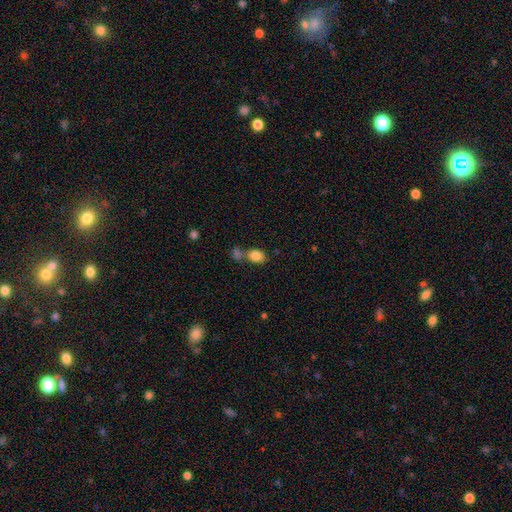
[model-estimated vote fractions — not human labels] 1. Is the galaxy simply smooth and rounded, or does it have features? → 84% smooth, 9% star or artifact, 7% featured or disk.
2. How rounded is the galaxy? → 61% in between, 38% round, 1% cigar-shaped.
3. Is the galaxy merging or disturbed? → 49% none, 36% merger, 11% minor disturbance, 4% major disturbance.